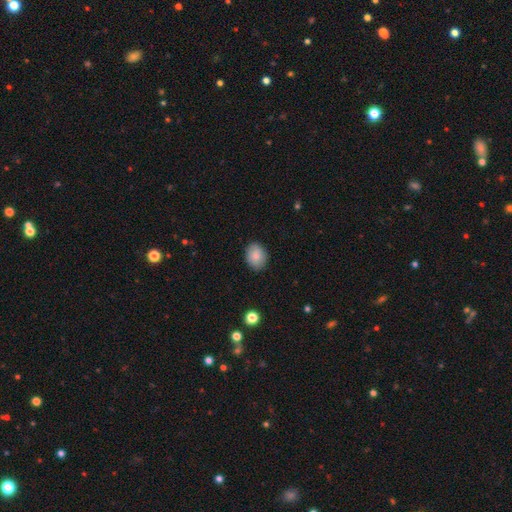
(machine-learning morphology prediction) A smooth galaxy with no disk features (85%) that is in between round and cigar-shaped (60%). Merging: none (88%).